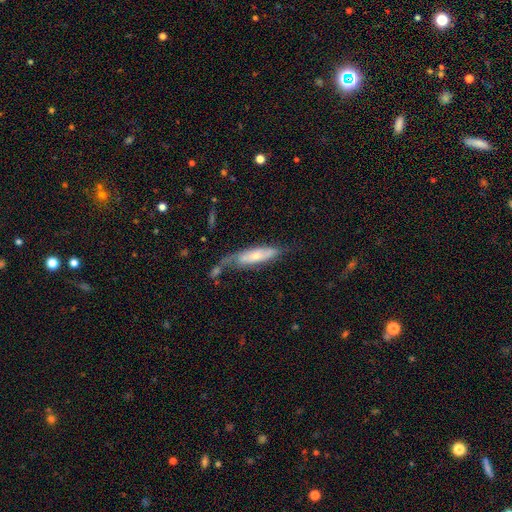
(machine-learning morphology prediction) The model was most divided on "smooth or featured": featured or disk: 48%, smooth: 45%, star or artifact: 7%. Remaining: merging — none (39%).